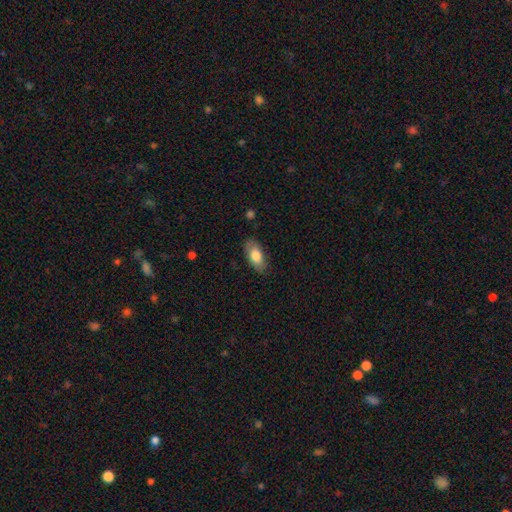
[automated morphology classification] Smooth or featured?
  - smooth: 75% *
  - featured or disk: 19%
  - star or artifact: 6%
How rounded?
  - in between: 90% *
  - cigar-shaped: 6%
  - round: 4%
Merging?
  - none: 80% *
  - minor disturbance: 16%
  - major disturbance: 4%
  - merger: 1%